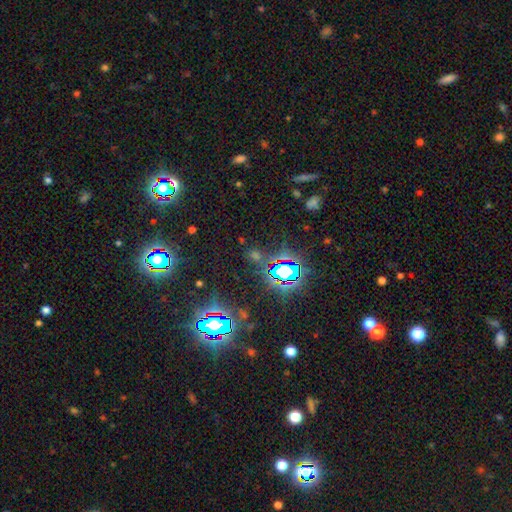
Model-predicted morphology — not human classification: A star or artifact, not a galaxy (71%).